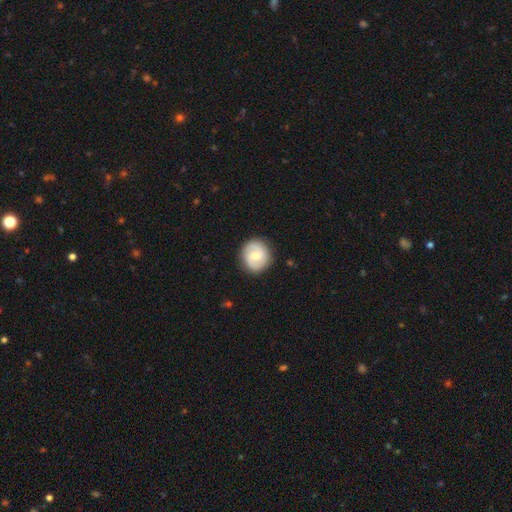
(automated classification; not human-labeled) smooth-or-featured: featured or disk: 55% | smooth: 40% | star or artifact: 6%
  disk-edge-on: no: 98% | yes: 2%
    bar: weak: 47% | no: 43% | strong: 11%
    has-spiral-arms: yes: 81% | no: 19%
    bulge-size: moderate: 63% | small: 32% | large: 3% | none: 1% | dominant: 1%
  merging: none: 88% | minor disturbance: 9% | major disturbance: 2% | merger: 1%